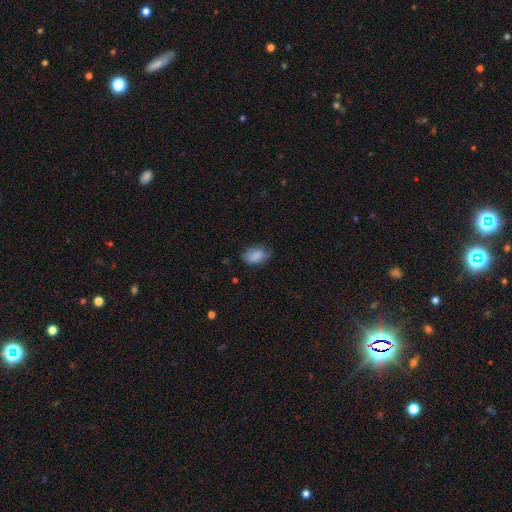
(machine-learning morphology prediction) smooth 85%, star or artifact 8%, featured or disk 8%. Down the decision tree: how rounded — in between (90%); merging — none (67%).